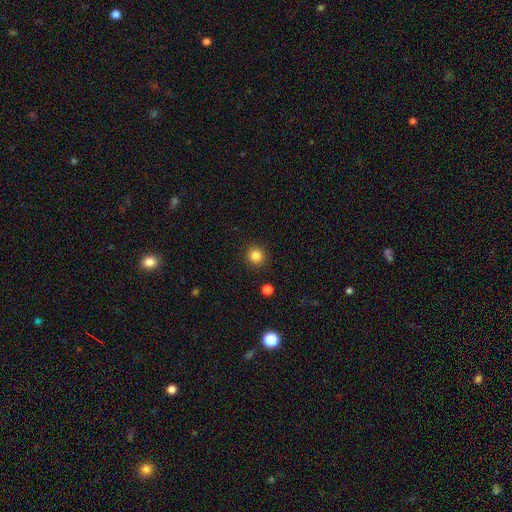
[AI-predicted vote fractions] Smooth or featured? smooth (84%)
How rounded? round (92%)
Merging? none (91%)